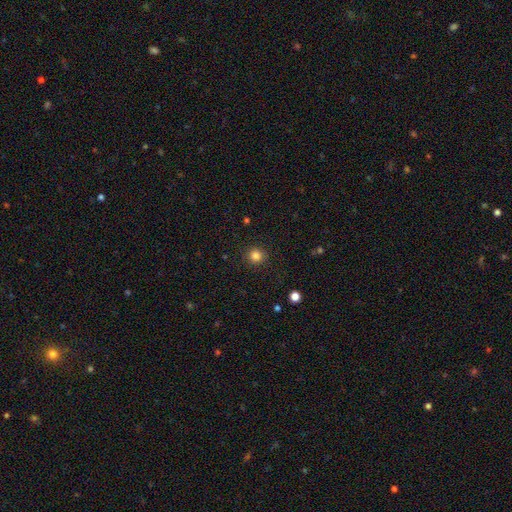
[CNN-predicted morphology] Q: Smooth or featured?
A: smooth (83%); runner-up: star or artifact (12%)
Q: How rounded?
A: round (93%); runner-up: in between (6%)
Q: Merging?
A: none (91%); runner-up: minor disturbance (6%)